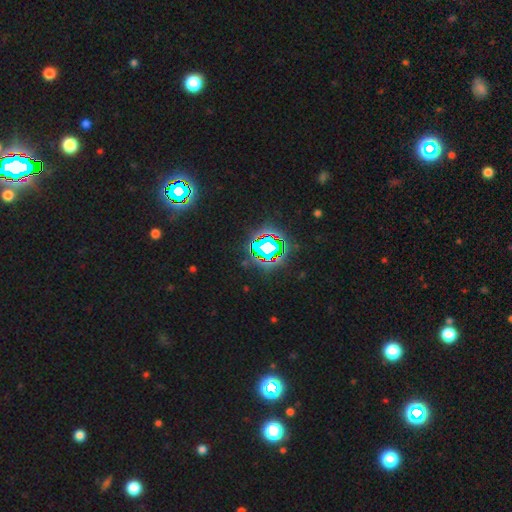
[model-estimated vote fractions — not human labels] star or artifact 80%, smooth 12%, featured or disk 8%.